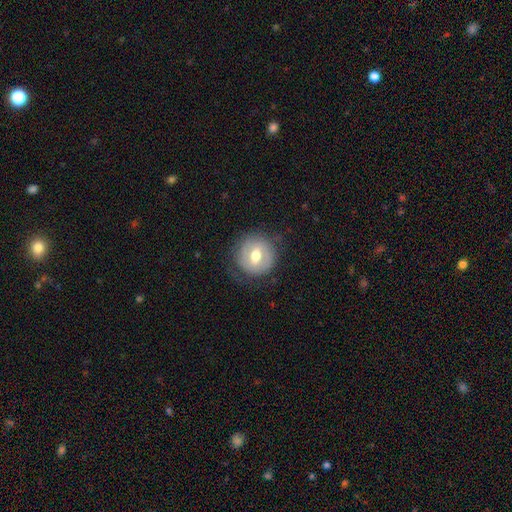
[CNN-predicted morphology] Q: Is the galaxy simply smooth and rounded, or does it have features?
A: smooth — 52%.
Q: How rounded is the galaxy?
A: round — 89%.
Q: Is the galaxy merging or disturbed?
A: none — 76%.